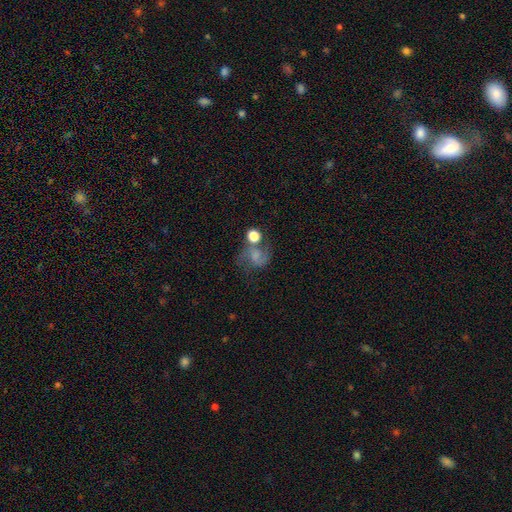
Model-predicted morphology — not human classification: Overall: featured or disk (47%; smooth 39%). Merging: none (41%; merger 23%).